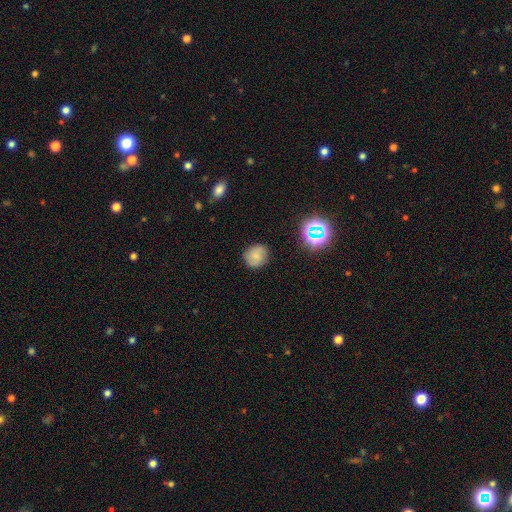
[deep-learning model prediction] Smooth or featured? Predicted: smooth (p=0.71). How rounded? Predicted: round (p=0.81). Merging? Predicted: none (p=0.84).